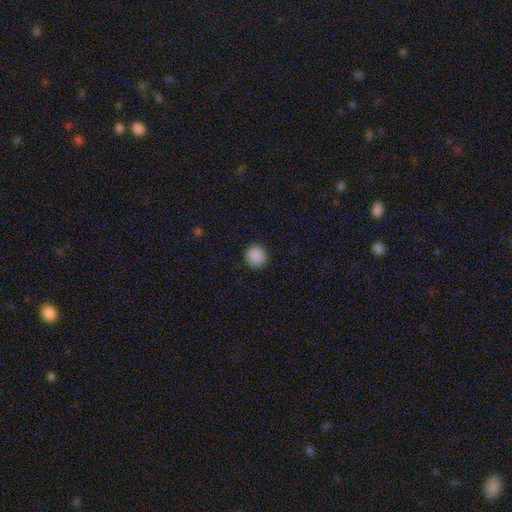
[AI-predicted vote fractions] Q: Smooth or featured?
A: smooth (89%); runner-up: star or artifact (9%)
Q: How rounded?
A: round (93%); runner-up: in between (6%)
Q: Merging?
A: none (91%); runner-up: minor disturbance (6%)